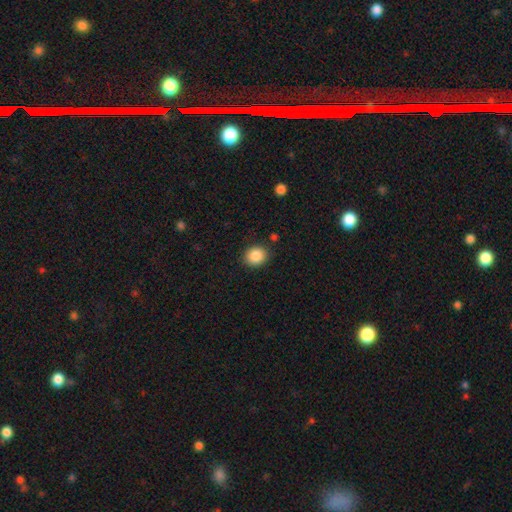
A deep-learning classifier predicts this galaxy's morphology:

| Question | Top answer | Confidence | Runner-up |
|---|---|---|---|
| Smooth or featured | smooth | 87% | star or artifact (9%) |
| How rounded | round | 69% | in between (30%) |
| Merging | none | 88% | minor disturbance (8%) |